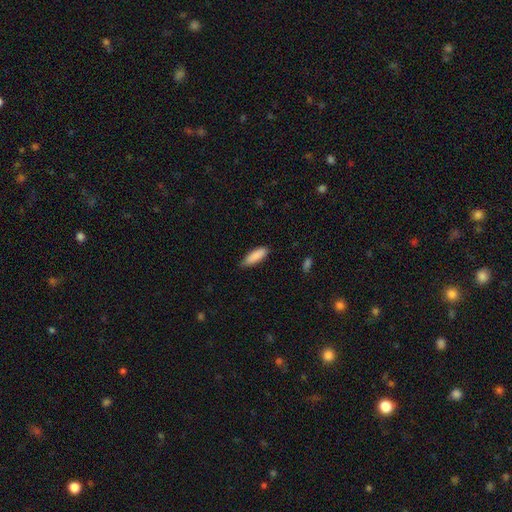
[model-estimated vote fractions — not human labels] Smooth or featured? smooth (88%)
How rounded? in between (55%)
Merging? none (77%)